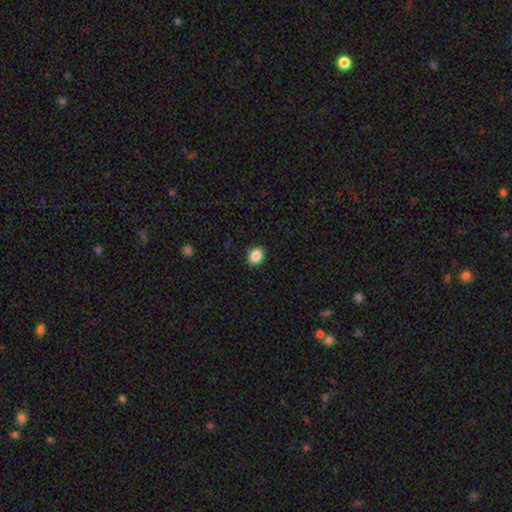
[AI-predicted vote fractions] A smooth galaxy with no disk features (88%) that is in between round and cigar-shaped (54%). Merging: none (89%).